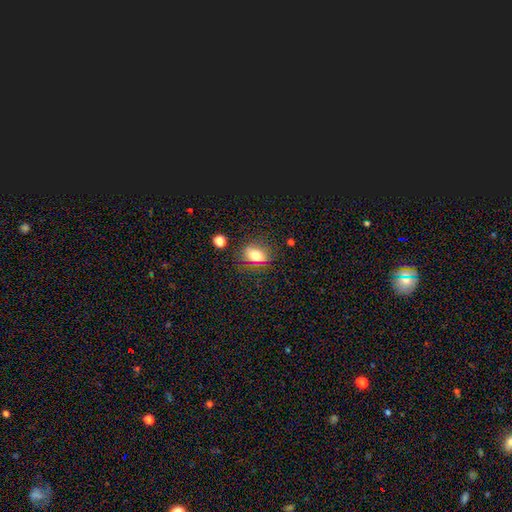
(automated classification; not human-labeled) This appears to be a smooth galaxy with no disk features (70%) that is in between round and cigar-shaped (52%). Merging: none (79%).